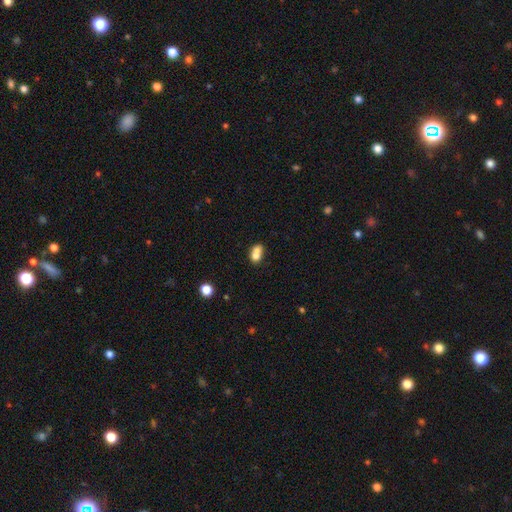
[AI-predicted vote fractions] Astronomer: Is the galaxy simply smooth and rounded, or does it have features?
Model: smooth — 71%.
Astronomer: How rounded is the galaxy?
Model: in between — 55% (runner-up: round, 43%).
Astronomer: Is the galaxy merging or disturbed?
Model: merger — 62%.